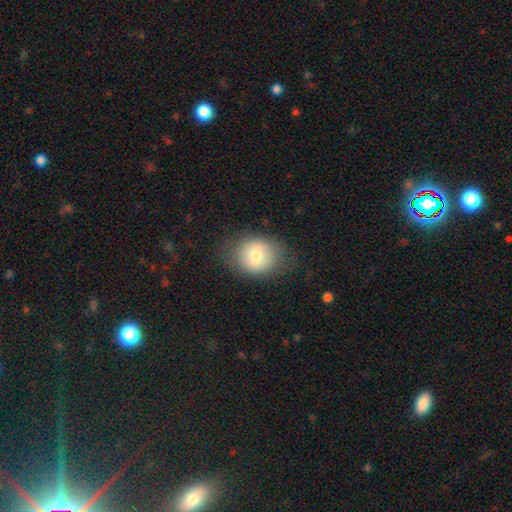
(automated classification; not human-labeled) Smooth or featured?
  - smooth: 75% *
  - featured or disk: 16%
  - star or artifact: 9%
How rounded?
  - round: 64% *
  - in between: 35%
  - cigar-shaped: 1%
Merging?
  - none: 77% *
  - minor disturbance: 15%
  - major disturbance: 6%
  - merger: 1%